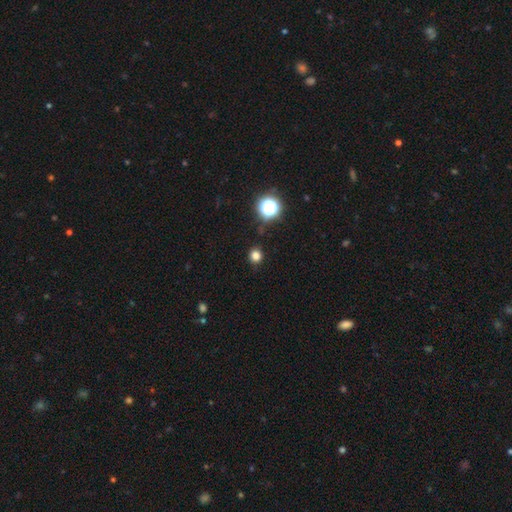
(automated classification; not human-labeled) The model was most divided on "smooth or featured": smooth: 78%, star or artifact: 18%, featured or disk: 4%. More confident: how rounded — round (89%); merging — none (89%).